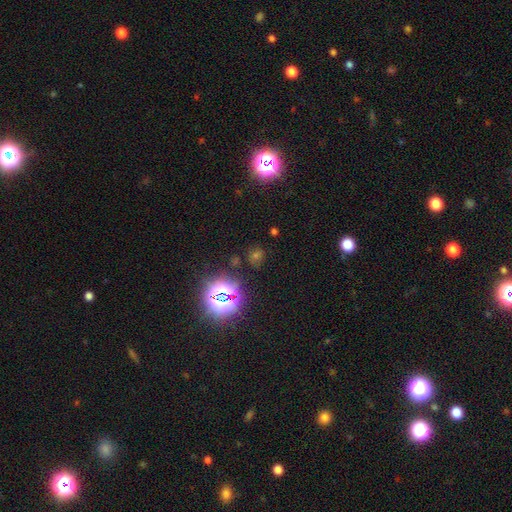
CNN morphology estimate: The model was most divided on "smooth or featured": star or artifact: 54%, smooth: 37%, featured or disk: 8%.